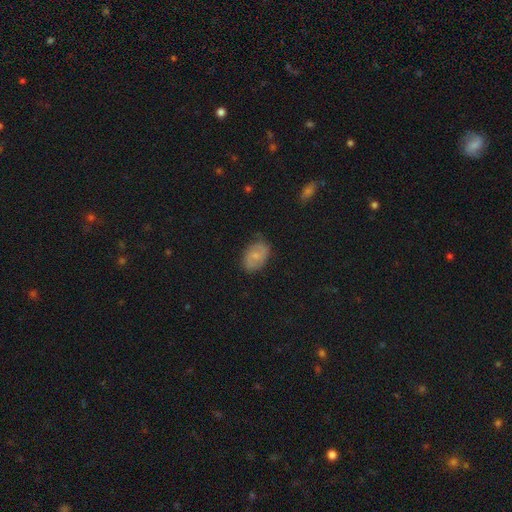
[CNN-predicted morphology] A smooth galaxy with no disk features (50%) that is in between round and cigar-shaped (84%). Merging: none (73%).